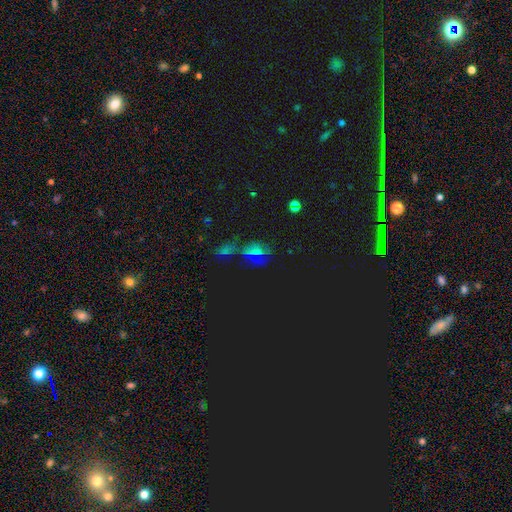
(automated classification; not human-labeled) Smooth or featured? Predicted: star or artifact (p=0.65).